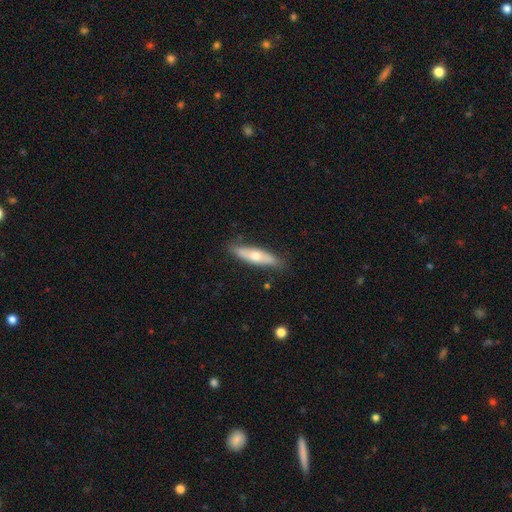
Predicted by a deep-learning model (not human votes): This is possibly a smooth galaxy (55%). How rounded: likely cigar-shaped (64%). Merging: clearly none (82%).